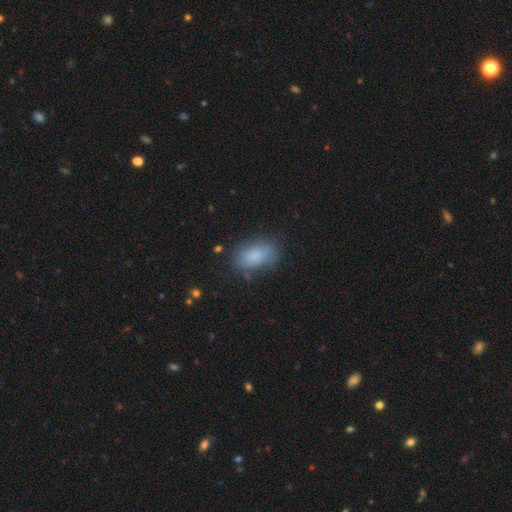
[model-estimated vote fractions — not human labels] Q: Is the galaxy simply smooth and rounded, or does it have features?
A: smooth — 83%.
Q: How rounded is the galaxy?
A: in between — 91%.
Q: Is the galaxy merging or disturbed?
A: none — 69%.